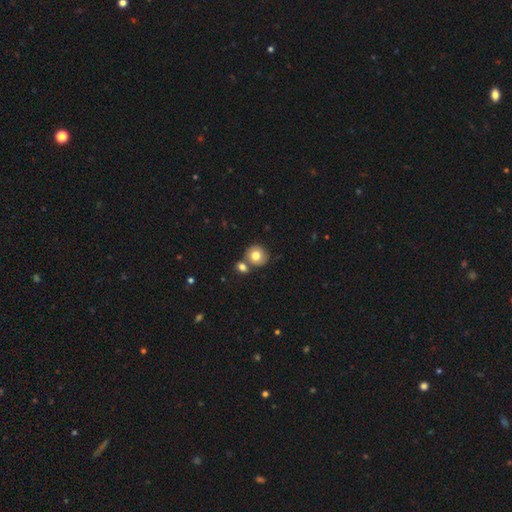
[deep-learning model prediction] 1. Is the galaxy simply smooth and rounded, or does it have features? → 78% smooth, 14% featured or disk, 9% star or artifact.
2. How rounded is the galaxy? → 86% round, 13% in between, 1% cigar-shaped.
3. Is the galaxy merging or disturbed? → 60% none, 26% merger, 11% minor disturbance, 3% major disturbance.